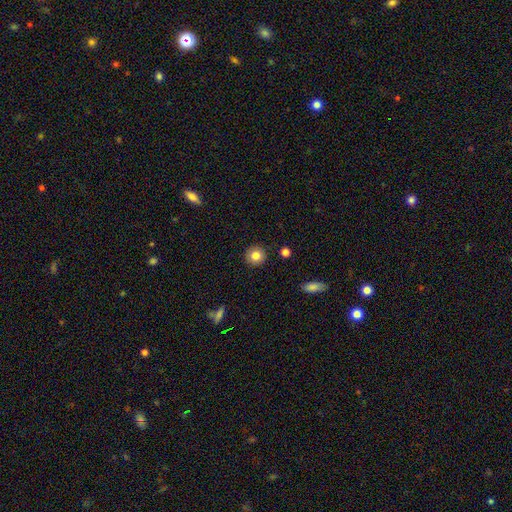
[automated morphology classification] A smooth galaxy with no disk features (82%) that is round (93%). Merging: none (91%).